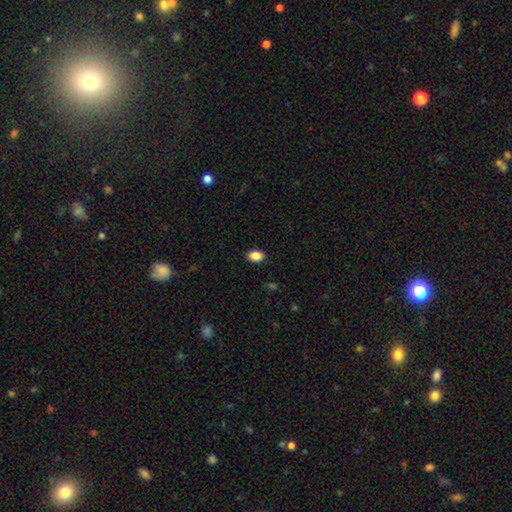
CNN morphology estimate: The model was most divided on "how rounded": in between: 84%, round: 15%, cigar-shaped: 1%. More confident: merging — none (88%); smooth or featured — smooth (87%).